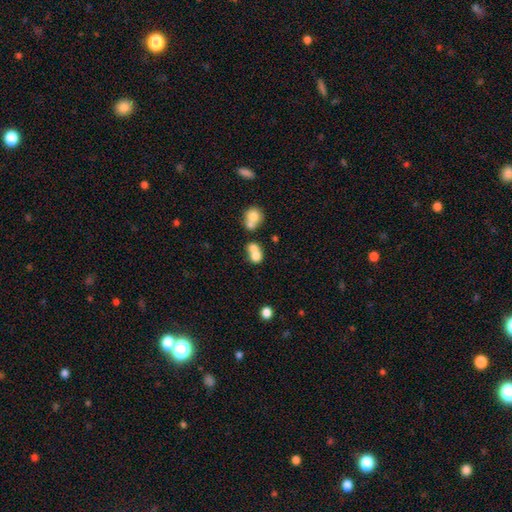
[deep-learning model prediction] The model was most divided on "how rounded": round: 66%, in between: 32%, cigar-shaped: 1%. More confident: smooth or featured — smooth (70%); merging — merger (63%).